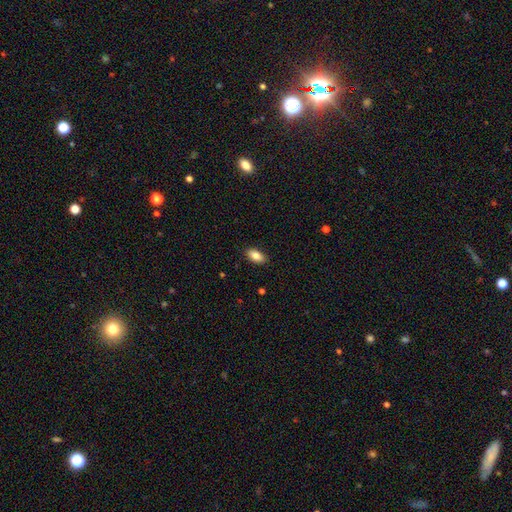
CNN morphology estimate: Smooth or featured? smooth (84%)
How rounded? in between (91%)
Merging? none (89%)